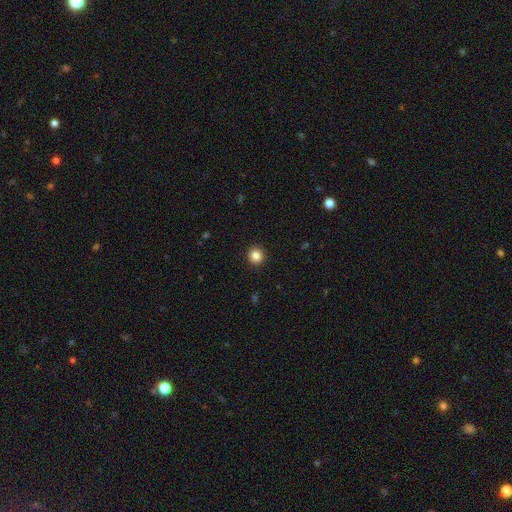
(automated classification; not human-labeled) Smooth or featured: smooth — 85% (star or artifact — 11%)
How rounded: round — 94% (in between — 5%)
Merging: none — 93% (minor disturbance — 4%)